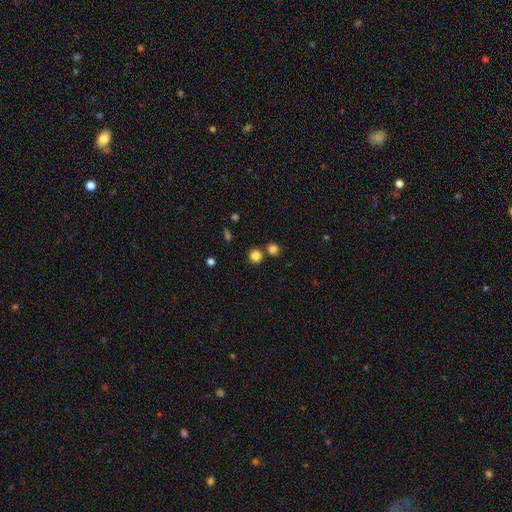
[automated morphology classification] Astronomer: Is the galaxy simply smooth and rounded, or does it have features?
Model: smooth — 84%.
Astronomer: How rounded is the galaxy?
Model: round — 91%.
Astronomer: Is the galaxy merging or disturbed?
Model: none — 75%.